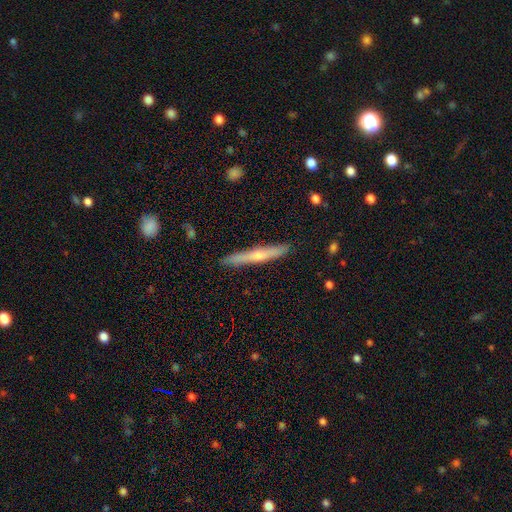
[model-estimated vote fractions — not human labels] Smooth or featured: featured or disk — 48% (smooth — 46%)
Merging: none — 90% (minor disturbance — 8%)